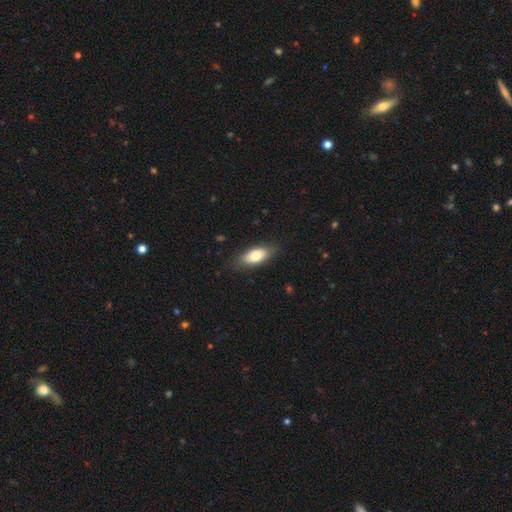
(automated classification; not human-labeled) Smooth or featured? Predicted: smooth (p=0.74). How rounded? Predicted: in between (p=0.86). Merging? Predicted: none (p=0.84).